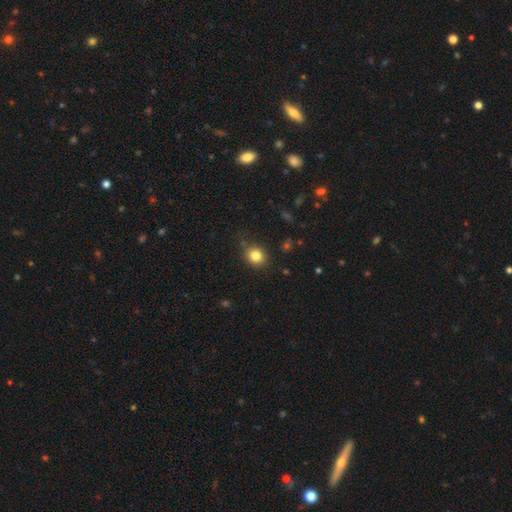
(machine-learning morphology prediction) Smooth or featured? Predicted: smooth (p=0.82). How rounded? Predicted: round (p=0.74). Merging? Predicted: none (p=0.82).